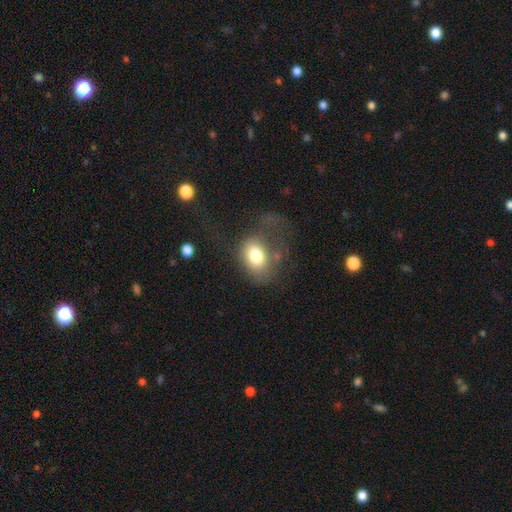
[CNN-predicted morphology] Overall: smooth (75%). How rounded: in between (59%; round 40%). Merging: major disturbance (40%; none 33%).